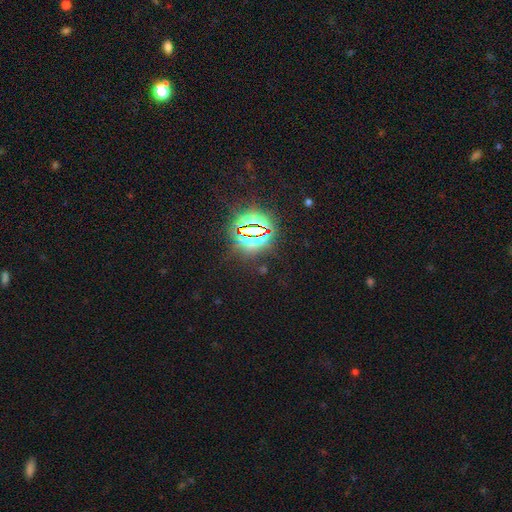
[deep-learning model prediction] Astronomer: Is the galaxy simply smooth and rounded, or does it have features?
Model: star or artifact — 83%.